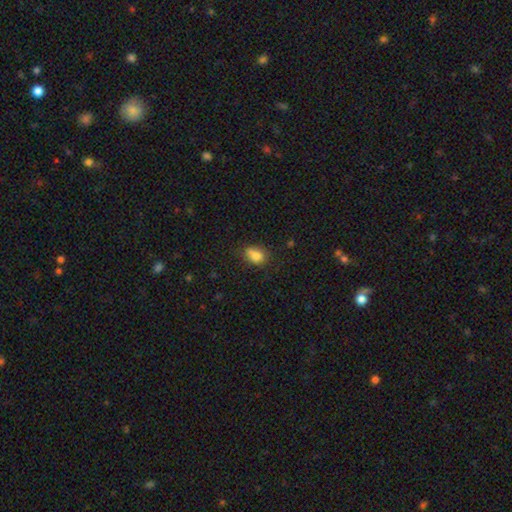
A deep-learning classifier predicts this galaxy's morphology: Smooth or featured? smooth (82%)
How rounded? in between (67%)
Merging? none (57%)